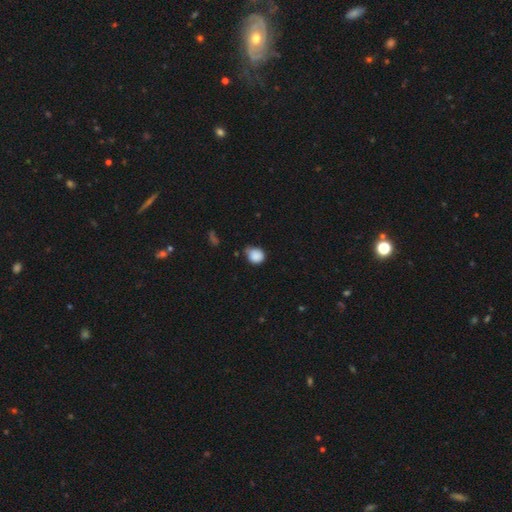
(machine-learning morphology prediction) This appears to be a smooth galaxy with no disk features (87%) that is round (75%). Merging: none (58%).